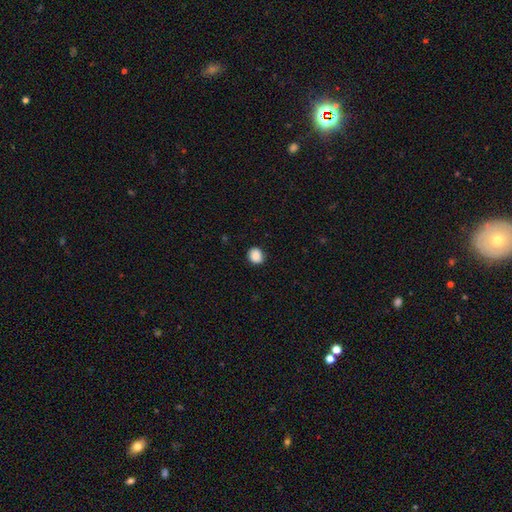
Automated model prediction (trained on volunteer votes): A smooth galaxy with no disk features (88%) that is round (80%). Merging: none (89%).